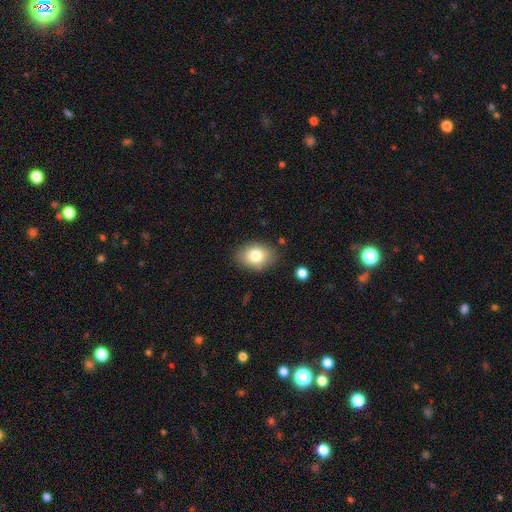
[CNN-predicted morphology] type=smooth (80%); roundness=in between (76%); merging=none (81%).